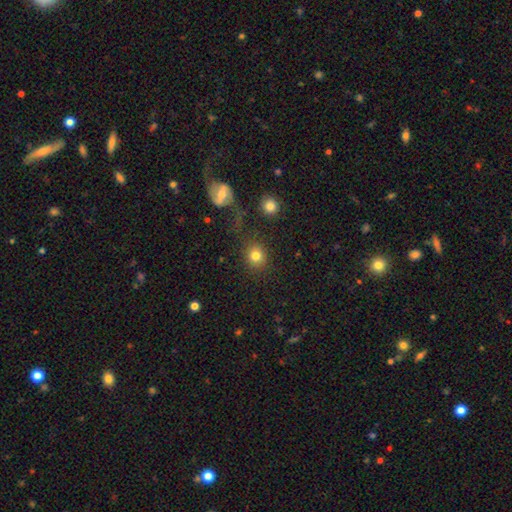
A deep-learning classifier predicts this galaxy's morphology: Smooth or featured: smooth — 81% (star or artifact — 11%)
How rounded: round — 84% (in between — 15%)
Merging: none — 80% (minor disturbance — 9%)